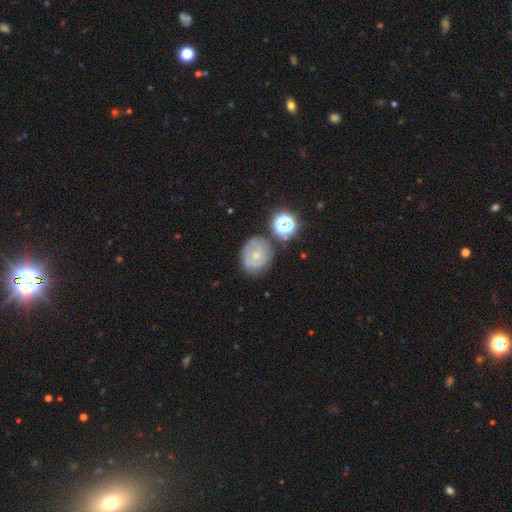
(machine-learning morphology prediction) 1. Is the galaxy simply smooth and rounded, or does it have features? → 45% featured or disk, 41% smooth, 14% star or artifact.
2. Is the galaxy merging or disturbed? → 67% none, 19% minor disturbance, 8% merger, 6% major disturbance.